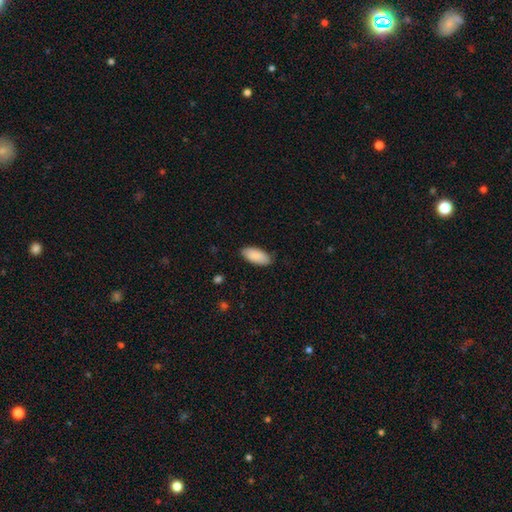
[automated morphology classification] The model was most divided on "merging": none: 83%, minor disturbance: 14%, major disturbance: 2%, merger: 1%. More confident: how rounded — in between (91%); smooth or featured — smooth (89%).